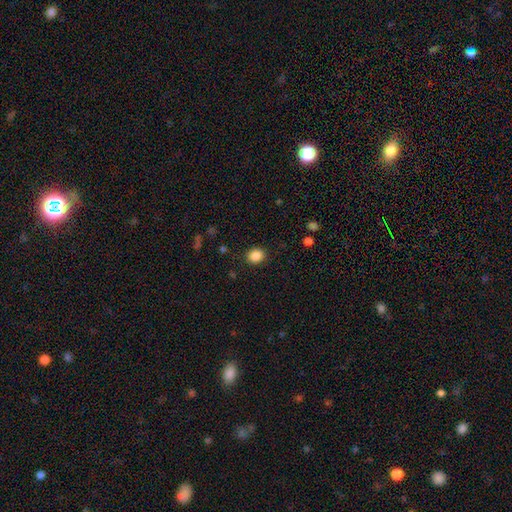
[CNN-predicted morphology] Overall: smooth (87%). How rounded: round (68%; in between 31%). Merging: none (88%).